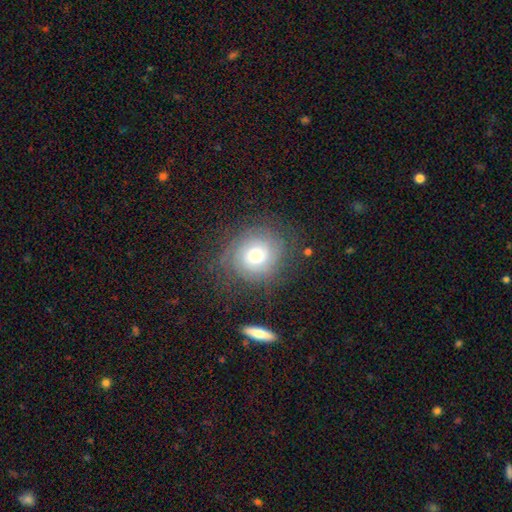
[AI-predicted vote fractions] This appears to be a featured or disk galaxy (60%) with no bar (78%), spiral arms (87%) and a moderate central bulge (60%). Merging: none (74%).